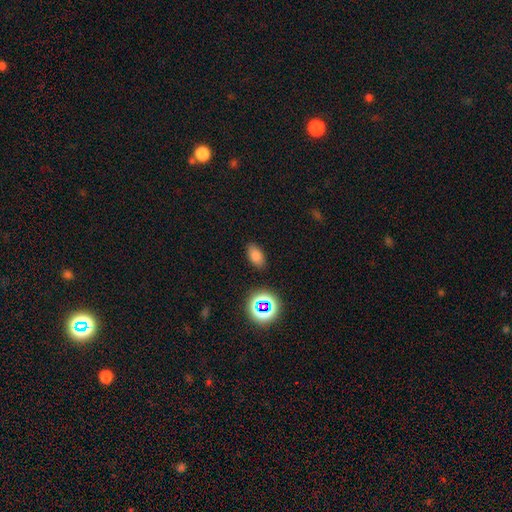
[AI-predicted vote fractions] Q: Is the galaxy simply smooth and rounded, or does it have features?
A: smooth — 75%.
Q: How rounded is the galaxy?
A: in between — 89%.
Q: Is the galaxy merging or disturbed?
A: none — 86%.